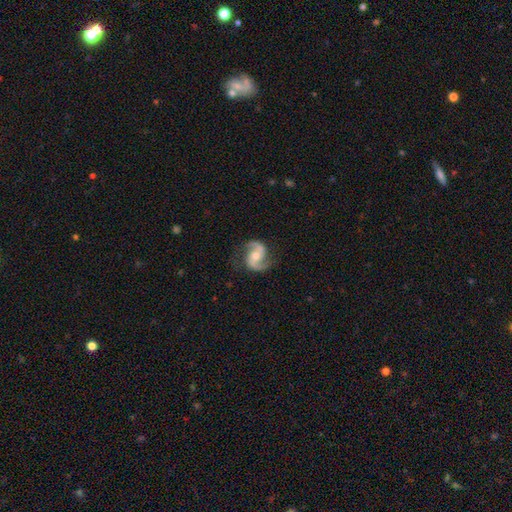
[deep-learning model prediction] Morphology: type=featured or disk (91%); edge-on=no (98%); bar=no (47%); spiral arms=yes (98%); winding=medium (54%); arm count=2 (94%); bulge=moderate (59%); merging=none (82%).